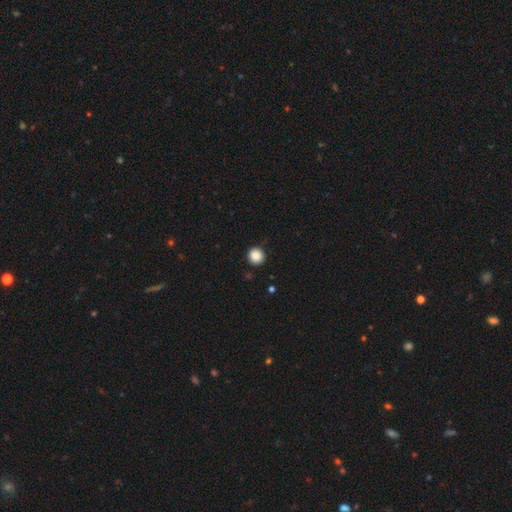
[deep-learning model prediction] Smooth or featured?
  - smooth: 88% *
  - star or artifact: 10%
  - featured or disk: 3%
How rounded?
  - round: 94% *
  - in between: 6%
  - cigar-shaped: 1%
Merging?
  - none: 91% *
  - minor disturbance: 6%
  - major disturbance: 2%
  - merger: 1%